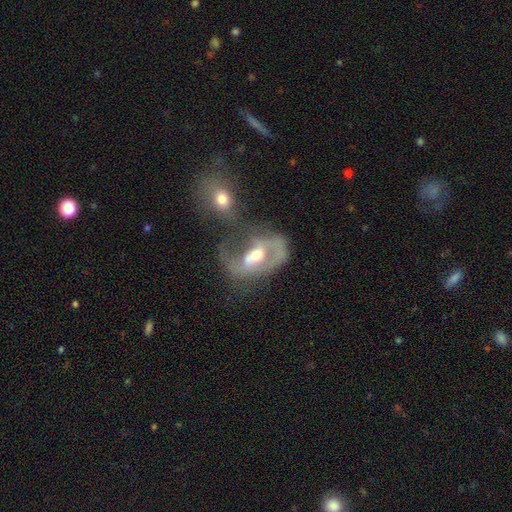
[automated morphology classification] This appears to be a featured or disk galaxy (71%) with no bar (39%), spiral arms (59%) and a moderate central bulge (70%). Merging: merger (38%).